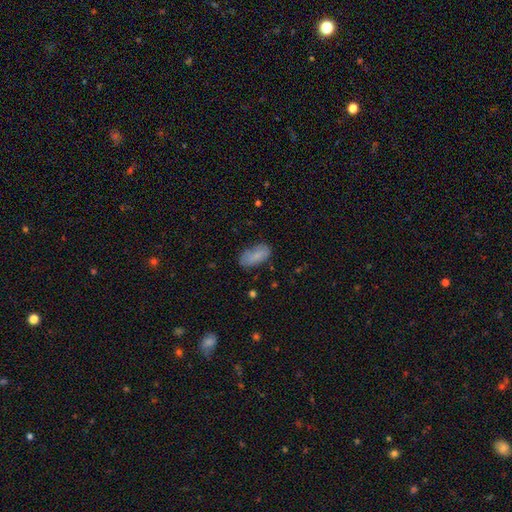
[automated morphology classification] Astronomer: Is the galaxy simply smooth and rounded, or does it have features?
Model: smooth — 80%.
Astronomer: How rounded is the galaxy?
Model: in between — 91%.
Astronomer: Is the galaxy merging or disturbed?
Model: none — 70%.